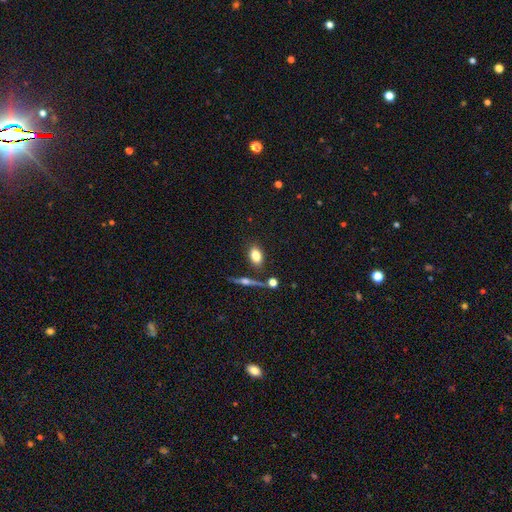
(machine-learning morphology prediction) This is likely a smooth galaxy (78%). How rounded: likely in between (80%). Merging: likely none (73%).